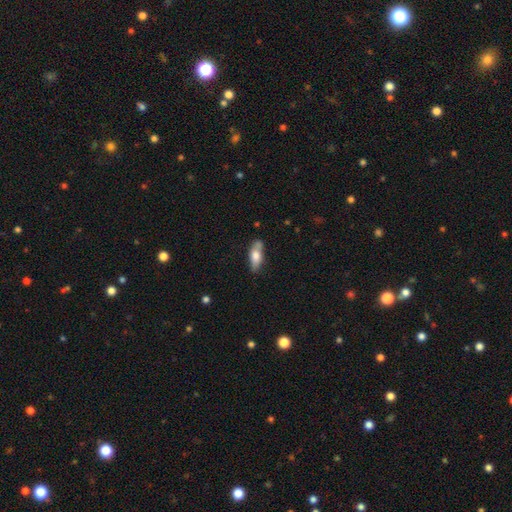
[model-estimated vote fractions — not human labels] Smooth or featured?
  - smooth: 68% *
  - featured or disk: 26%
  - star or artifact: 6%
How rounded?
  - in between: 70% *
  - cigar-shaped: 27%
  - round: 3%
Merging?
  - none: 65% *
  - minor disturbance: 21%
  - merger: 9%
  - major disturbance: 5%